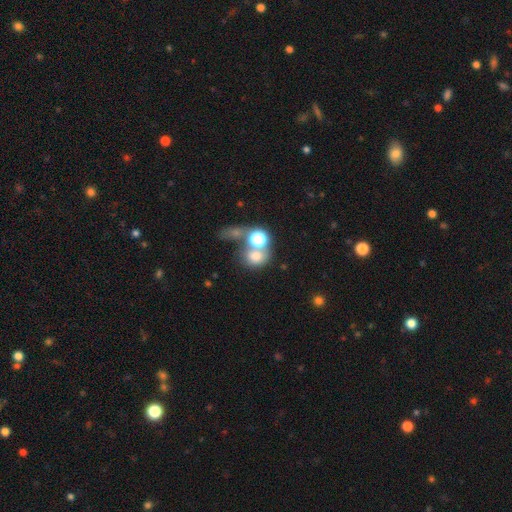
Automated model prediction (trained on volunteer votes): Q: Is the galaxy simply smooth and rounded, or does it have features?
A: smooth — 66%.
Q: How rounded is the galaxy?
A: round — 60%.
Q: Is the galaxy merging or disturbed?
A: merger — 42%.